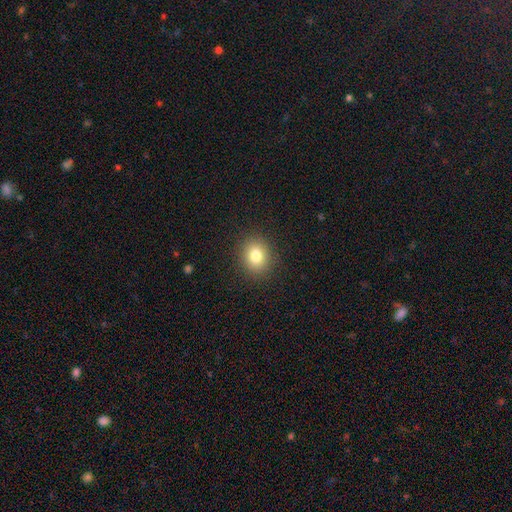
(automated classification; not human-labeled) A smooth galaxy with no disk features (80%) that is round (70%). Merging: none (90%).